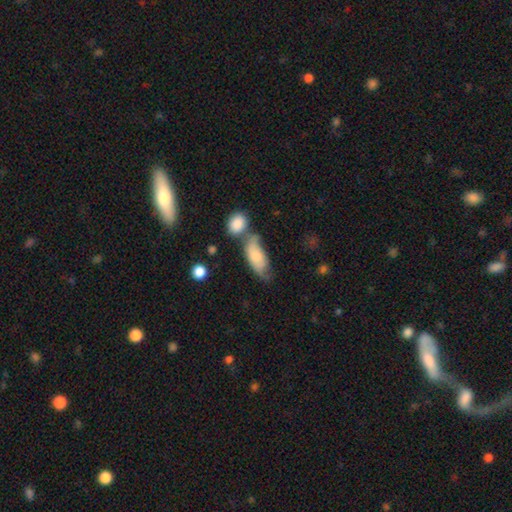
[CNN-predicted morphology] Smooth or featured? Predicted: smooth (p=0.74). How rounded? Predicted: in between (p=0.85). Merging? Predicted: merger (p=0.35).